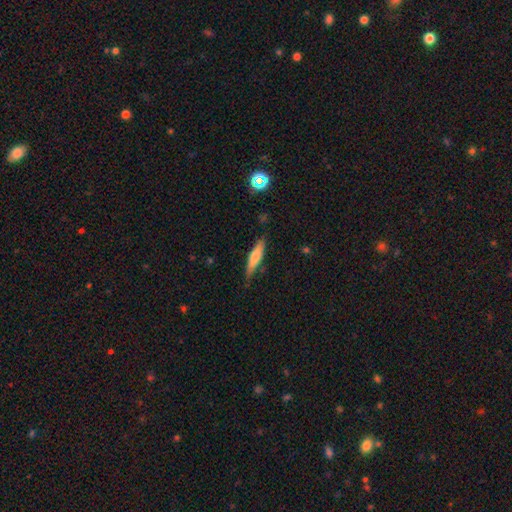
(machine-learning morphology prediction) Smooth or featured: smooth — 59% (featured or disk — 35%)
How rounded: cigar-shaped — 79% (in between — 19%)
Merging: none — 77% (minor disturbance — 18%)